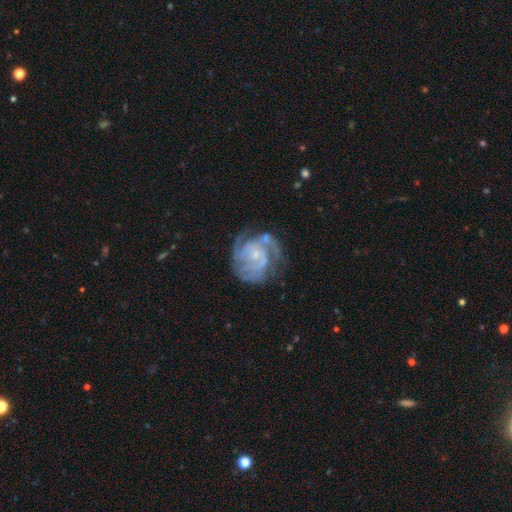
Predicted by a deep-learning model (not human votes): featured or disk 85%, smooth 9%, star or artifact 6%. Down the decision tree: edge-on disk — no (98%); bar — no (69%); spiral arms — yes (94%); spiral arm count — 3 (31%); spiral winding — tight (52%); bulge size — small (74%); merging — none (62%).